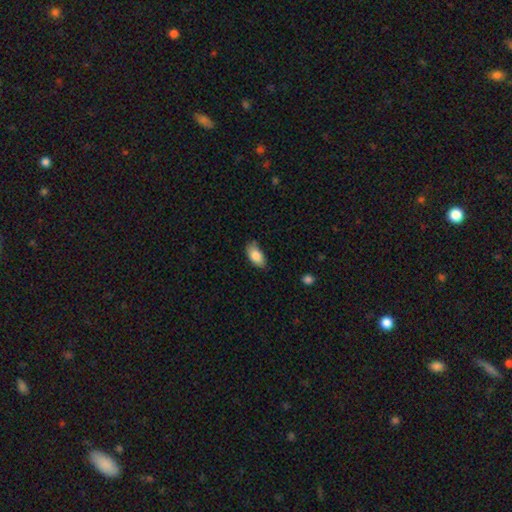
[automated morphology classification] Overall: smooth (85%). How rounded: in between (93%). Merging: none (72%).